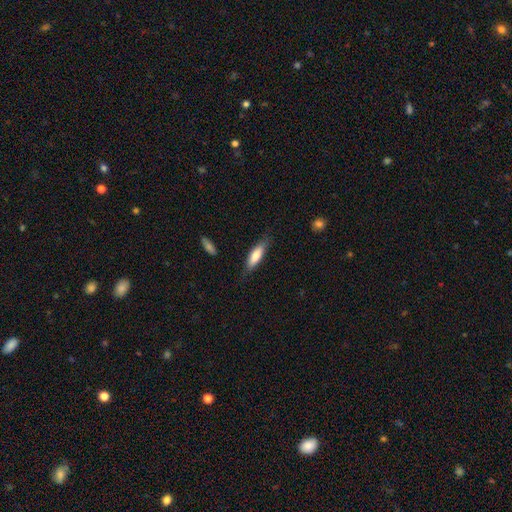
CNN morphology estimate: Smooth or featured? smooth (76%)
How rounded? cigar-shaped (53%)
Merging? none (77%)